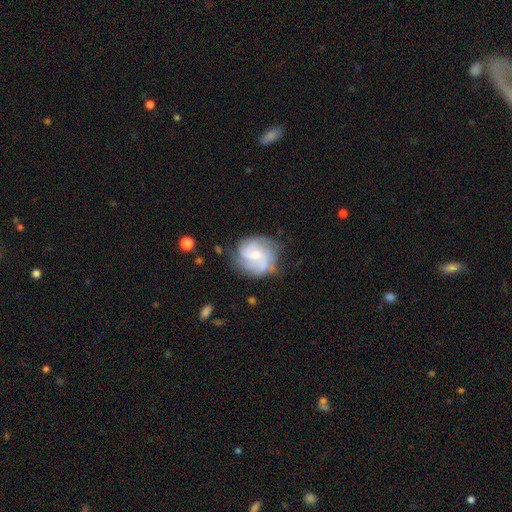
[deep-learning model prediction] A featured or disk galaxy (78%) with no bar (58%), 3 (32%) tight (46%) spiral arms (94%) and a small central bulge (49%).

Vote fractions:
- Smooth or featured? featured or disk: 78% / smooth: 16% / star or artifact: 6%
- Edge-on disk? no: 98% / yes: 2%
- Bar? no: 58% / weak: 36% / strong: 6%
- Spiral arms? yes: 94% / no: 6%
- Spiral winding? tight: 46% / medium: 41% / loose: 13%
- Spiral arm count? 3: 32% / 2: 28% / can't tell: 23% / 4: 8% / 1: 5% / more than 4: 4%
- Bulge size? small: 49% / moderate: 44% / none: 4% / large: 3% / dominant: 1%
- Merging? none: 66% / minor disturbance: 21% / major disturbance: 10% / merger: 2%